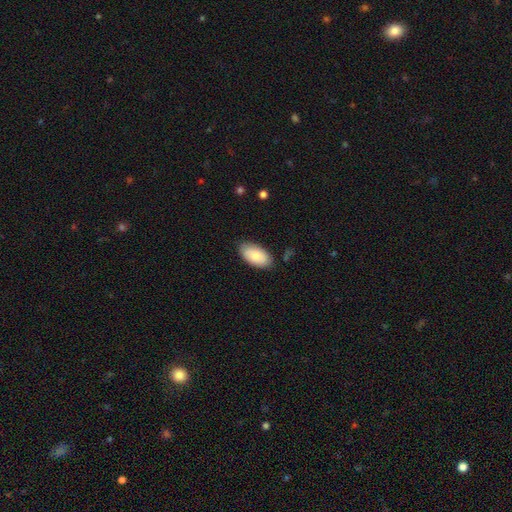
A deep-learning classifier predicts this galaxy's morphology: Overall: smooth (82%). How rounded: in between (95%). Merging: none (81%).